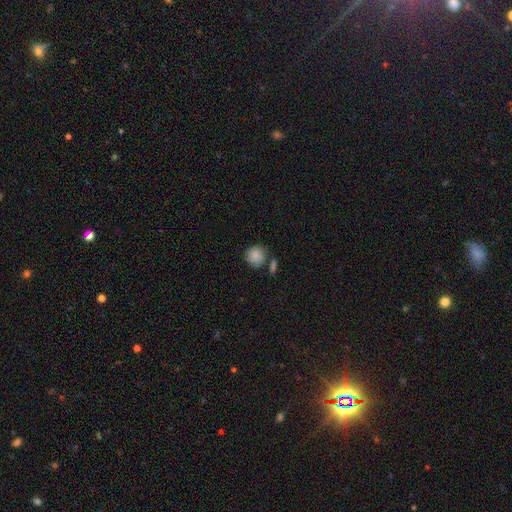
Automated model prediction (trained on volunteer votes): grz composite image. It shows a smooth galaxy with no disk features (83%) that is round (85%). Merging: none (62%).